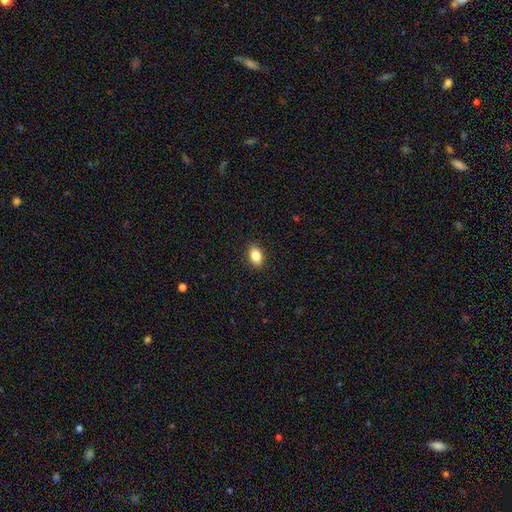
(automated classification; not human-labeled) smooth 85%, star or artifact 9%, featured or disk 7%. Down the decision tree: how rounded — in between (85%); merging — none (90%).